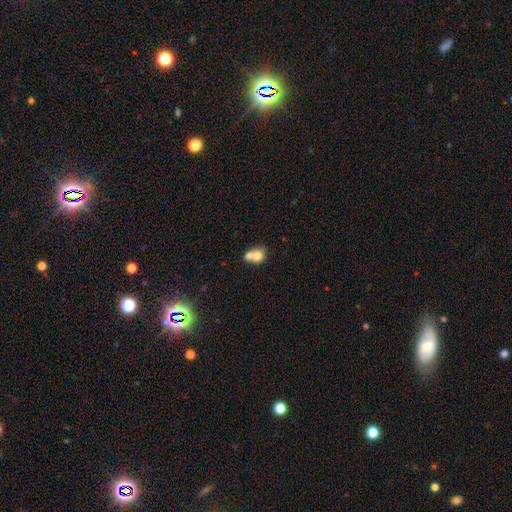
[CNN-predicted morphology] smooth-or-featured: smooth: 71% | featured or disk: 19% | star or artifact: 9%
  how-rounded: round: 62% | in between: 37% | cigar-shaped: 1%
  merging: merger: 65% | none: 24% | minor disturbance: 7% | major disturbance: 3%